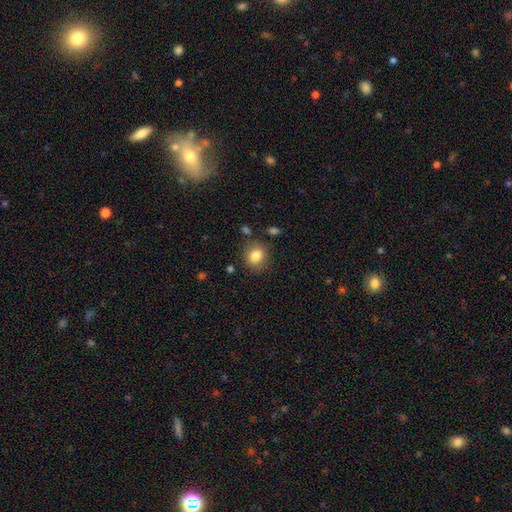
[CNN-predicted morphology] This appears to be a smooth galaxy with no disk features (83%) that is round (71%). Merging: none (83%).